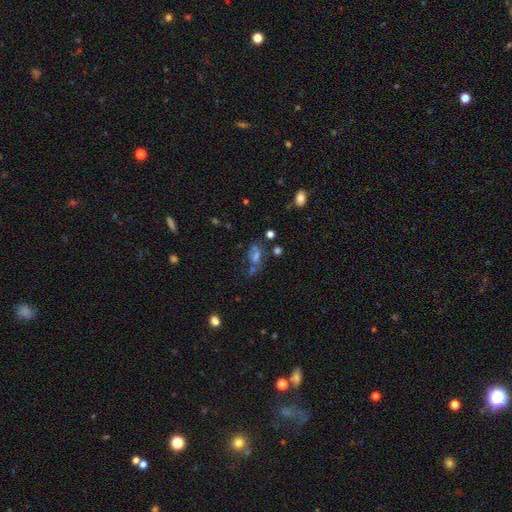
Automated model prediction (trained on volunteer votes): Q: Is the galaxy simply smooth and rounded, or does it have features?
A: smooth — 49%.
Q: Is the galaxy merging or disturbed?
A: none — 35%.